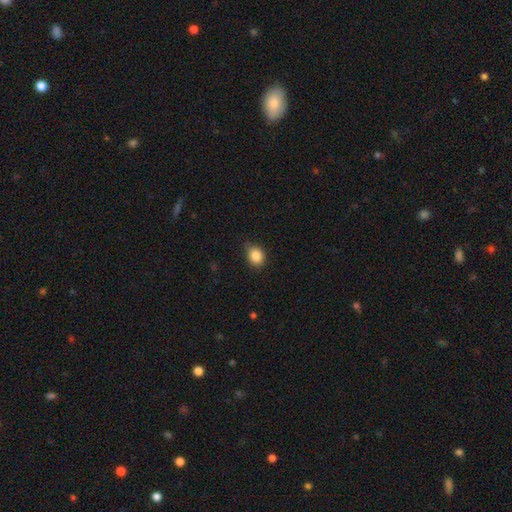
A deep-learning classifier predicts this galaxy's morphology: Smooth or featured? Predicted: smooth (p=0.86). How rounded? Predicted: round (p=0.55). Merging? Predicted: none (p=0.69).